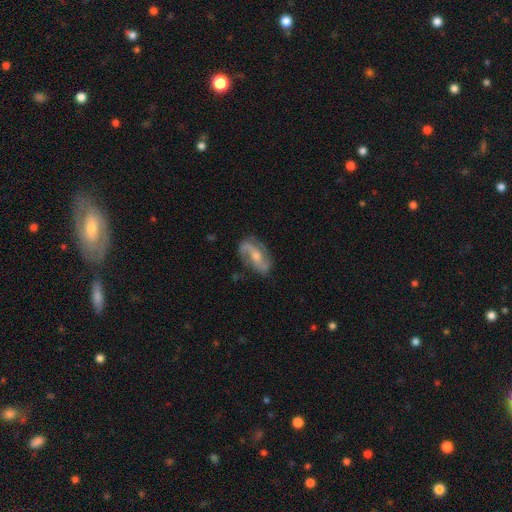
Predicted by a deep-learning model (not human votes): Smooth or featured: featured or disk — 81% (smooth — 13%)
Edge-on disk: no — 96% (yes — 4%)
Bar: no — 43% (weak — 41%)
Spiral arms: yes — 95% (no — 5%)
Spiral winding: loose — 46% (medium — 40%)
Spiral arm count: 2 — 88% (can't tell — 5%)
Bulge size: moderate — 54% (small — 34%)
Merging: none — 73% (minor disturbance — 18%)